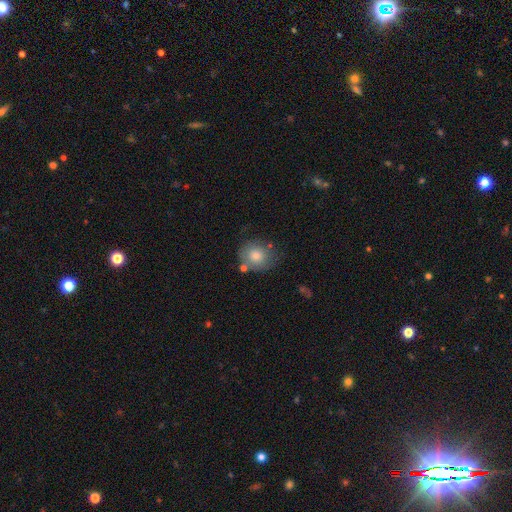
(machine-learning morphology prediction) A smooth galaxy with no disk features (77%) that is round (74%).

Vote fractions:
- Smooth or featured? smooth: 77% / featured or disk: 14% / star or artifact: 9%
- How rounded? round: 74% / in between: 25% / cigar-shaped: 1%
- Merging? none: 66% / minor disturbance: 20% / merger: 9% / major disturbance: 5%